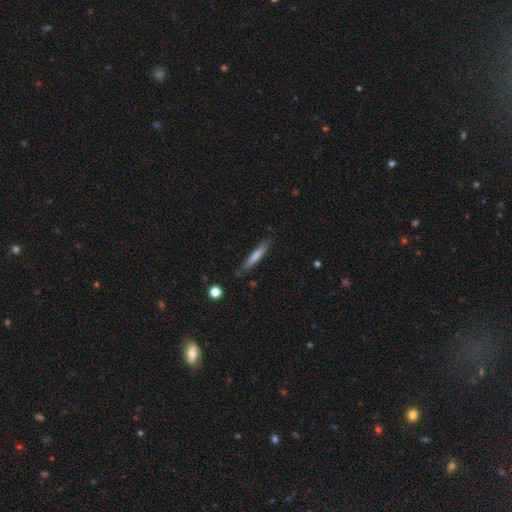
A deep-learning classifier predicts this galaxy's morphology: Smooth or featured? Predicted: smooth (p=0.57). How rounded? Predicted: cigar-shaped (p=0.92). Merging? Predicted: none (p=0.86).